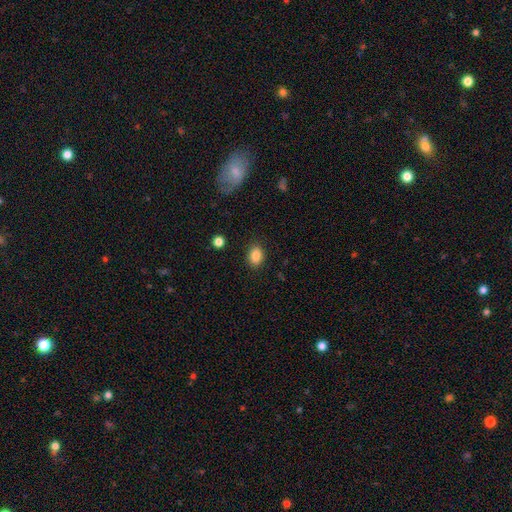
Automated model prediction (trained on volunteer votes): The model was most divided on "how rounded": in between: 72%, round: 27%, cigar-shaped: 1%. More confident: merging — none (87%); smooth or featured — smooth (86%).